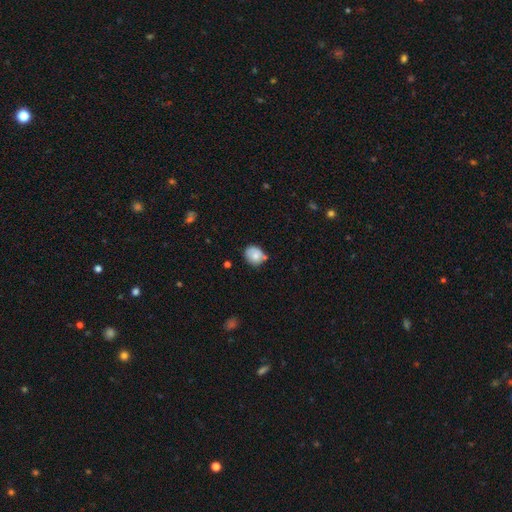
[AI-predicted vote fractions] A smooth galaxy with no disk features (74%) that is round (66%). Merging: none (62%).